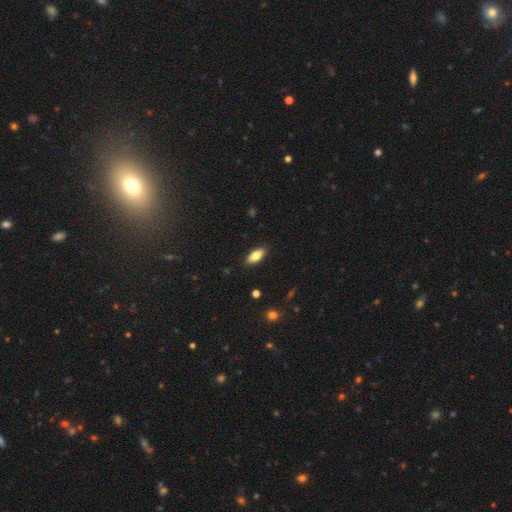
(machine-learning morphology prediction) smooth-or-featured: smooth: 77% | featured or disk: 16% | star or artifact: 7%
  how-rounded: in between: 85% | cigar-shaped: 13% | round: 3%
  merging: none: 88% | minor disturbance: 9% | major disturbance: 2% | merger: 1%